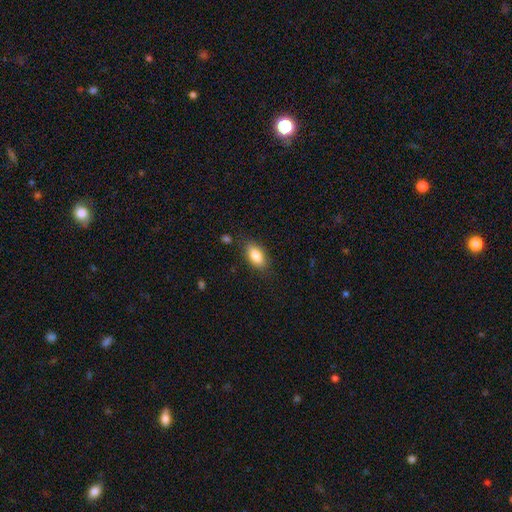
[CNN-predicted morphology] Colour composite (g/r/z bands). It shows a smooth galaxy with no disk features (84%) that is in between round and cigar-shaped (89%). Merging: none (82%).